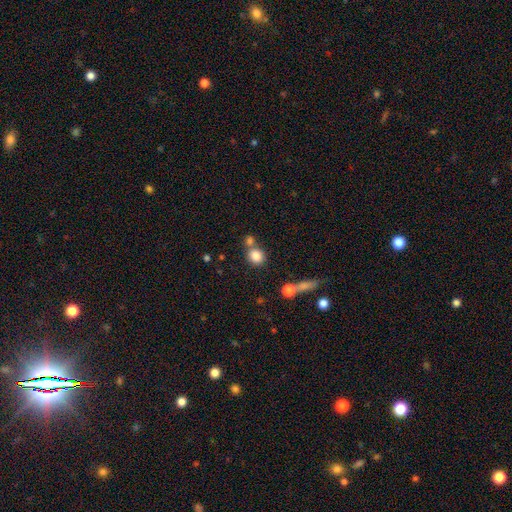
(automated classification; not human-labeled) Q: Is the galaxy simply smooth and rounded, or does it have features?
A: smooth — 83%.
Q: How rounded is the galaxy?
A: round — 76%.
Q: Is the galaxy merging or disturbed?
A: none — 58%.